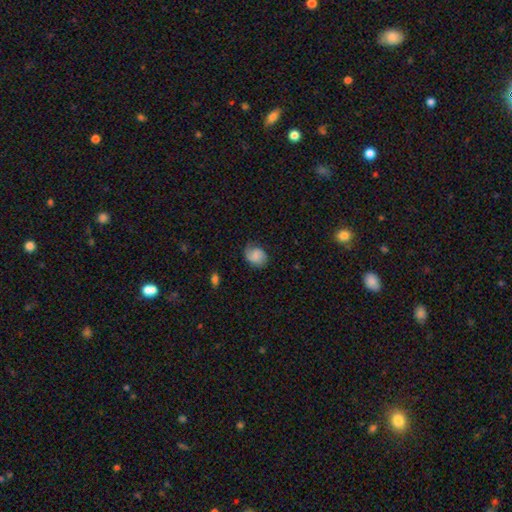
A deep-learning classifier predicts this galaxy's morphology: This appears to be a smooth galaxy with no disk features (61%) that is in between round and cigar-shaped (50%). Merging: none (61%).